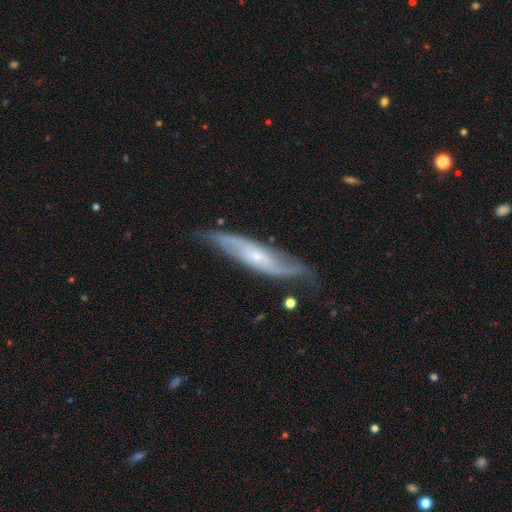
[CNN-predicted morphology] Smooth or featured? Predicted: featured or disk (p=0.77). Edge-on disk? Predicted: no (p=0.69). Bar? Predicted: no (p=0.60). Spiral arms? Predicted: yes (p=0.92). Bulge size? Predicted: small (p=0.72). Merging? Predicted: none (p=0.70).